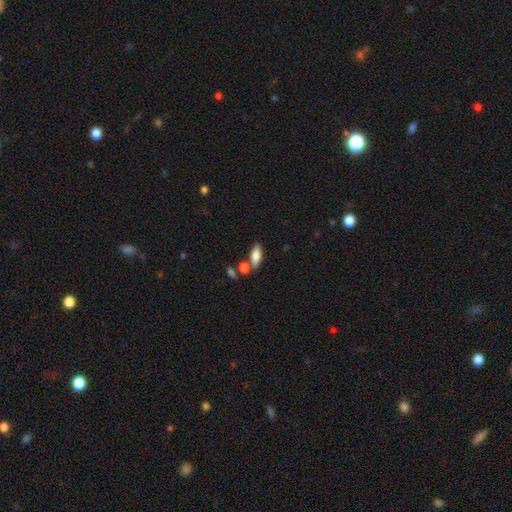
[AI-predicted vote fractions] Smooth or featured?
  - smooth: 78% *
  - featured or disk: 15%
  - star or artifact: 7%
How rounded?
  - in between: 76% *
  - cigar-shaped: 21%
  - round: 3%
Merging?
  - none: 66% *
  - merger: 18%
  - minor disturbance: 13%
  - major disturbance: 4%